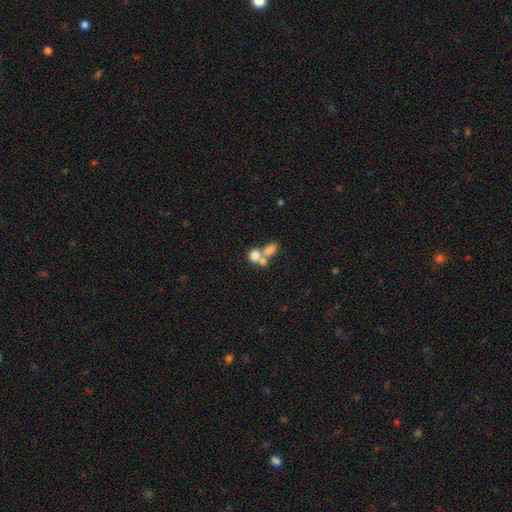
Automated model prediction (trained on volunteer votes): Smooth or featured? smooth (72%)
How rounded? round (53%)
Merging? merger (62%)